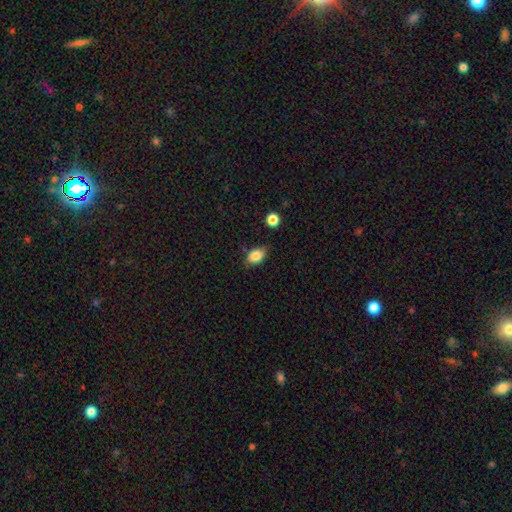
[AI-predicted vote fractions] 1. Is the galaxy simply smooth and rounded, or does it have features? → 84% smooth, 9% star or artifact, 8% featured or disk.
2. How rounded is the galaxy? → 79% in between, 19% round, 2% cigar-shaped.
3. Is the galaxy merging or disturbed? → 74% none, 20% minor disturbance, 4% major disturbance, 2% merger.